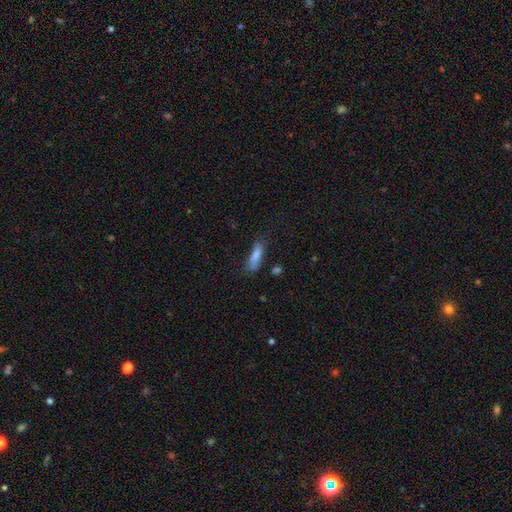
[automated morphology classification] type=smooth (79%); roundness=cigar-shaped (60%); merging=none (60%).